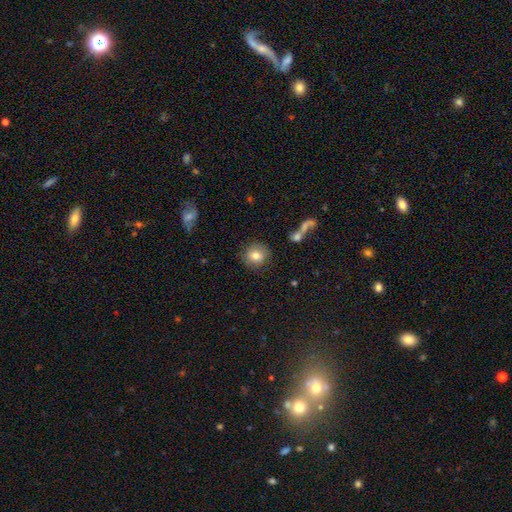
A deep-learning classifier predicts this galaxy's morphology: type=smooth (80%); roundness=round (87%); merging=none (86%).